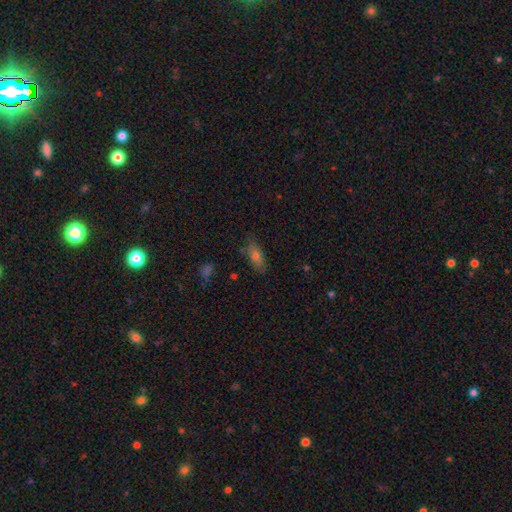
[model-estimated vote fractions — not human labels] smooth 68%, featured or disk 21%, star or artifact 12%. Down the decision tree: how rounded — in between (74%); merging — none (78%).